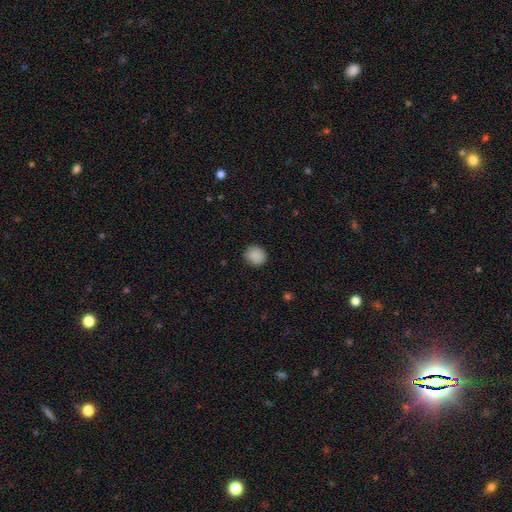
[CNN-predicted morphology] Smooth or featured?
  - smooth: 88% *
  - star or artifact: 8%
  - featured or disk: 3%
How rounded?
  - round: 88% *
  - in between: 11%
  - cigar-shaped: 1%
Merging?
  - none: 88% *
  - minor disturbance: 9%
  - major disturbance: 2%
  - merger: 1%